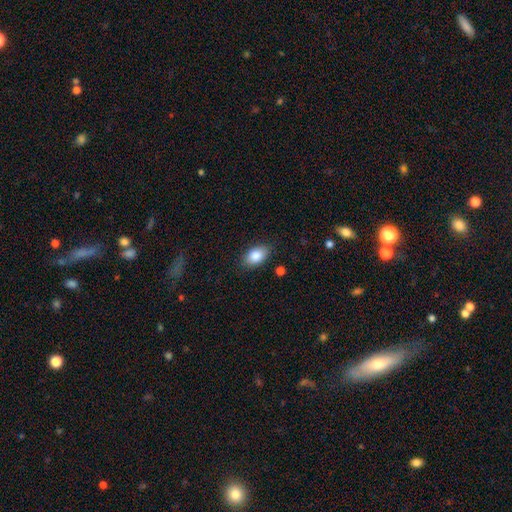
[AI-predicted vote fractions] This is clearly a smooth galaxy (86%). How rounded: clearly in between (89%). Merging: clearly none (83%).